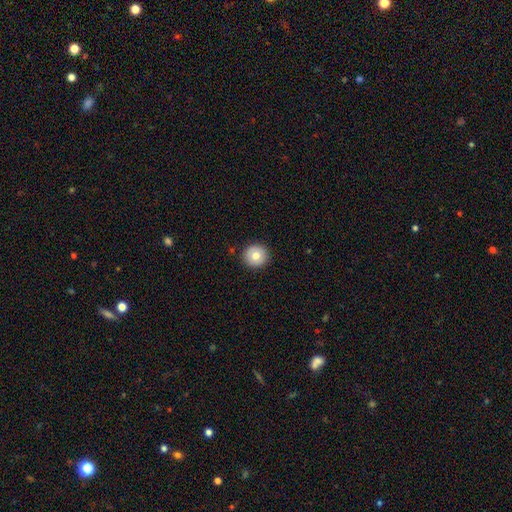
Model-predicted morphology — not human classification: type=smooth (75%); roundness=round (94%); merging=none (91%).